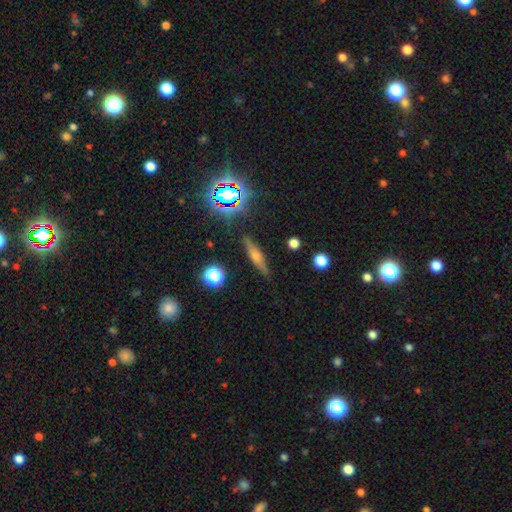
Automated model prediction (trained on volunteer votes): Q: Smooth or featured?
A: featured or disk (50%); runner-up: smooth (33%)
Q: Edge-on disk?
A: yes (93%); runner-up: no (7%)
Q: Merging?
A: none (86%); runner-up: minor disturbance (10%)